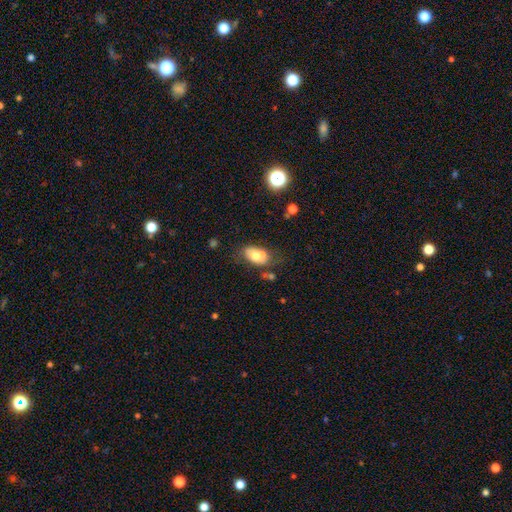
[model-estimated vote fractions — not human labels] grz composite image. It shows a smooth galaxy with no disk features (60%) that is in between round and cigar-shaped (86%). Merging: none (41%).